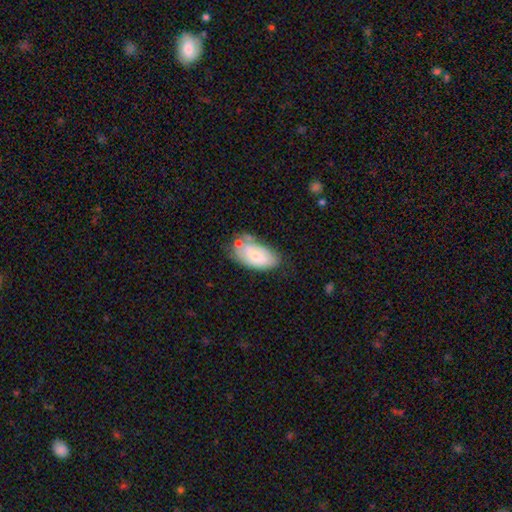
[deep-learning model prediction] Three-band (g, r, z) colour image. It shows a smooth galaxy with no disk features (63%) that is in between round and cigar-shaped (94%). Merging: none (44%).